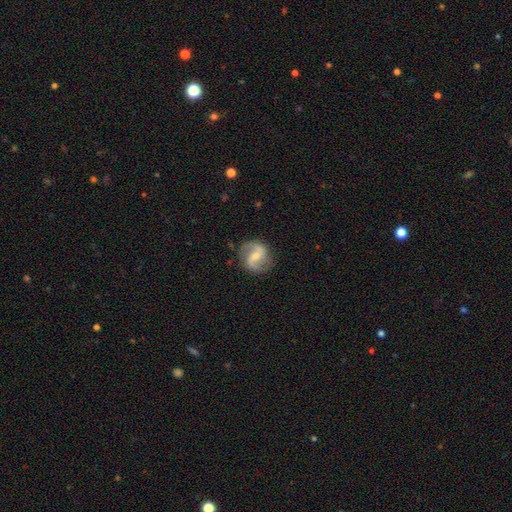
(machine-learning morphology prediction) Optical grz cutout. It shows a featured or disk galaxy (83%) with a weak bar (48%), 2 (93%) loose (45%) spiral arms (95%) and a small central bulge (51%). Merging: none (84%).